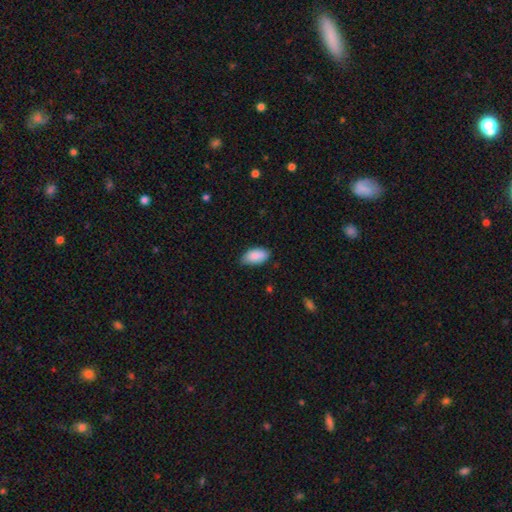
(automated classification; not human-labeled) The model was most divided on "merging": none: 75%, minor disturbance: 21%, major disturbance: 3%, merger: 1%. More confident: how rounded — in between (95%); smooth or featured — smooth (88%).